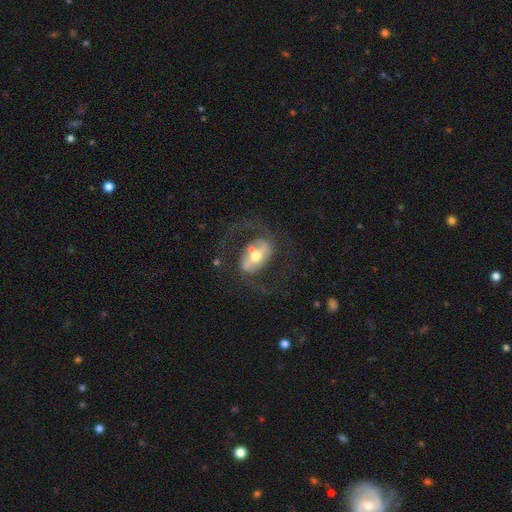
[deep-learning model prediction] This appears to be a featured or disk galaxy (80%) with a strong bar (49%), 2 (88%) medium (48%) spiral arms (80%) and a moderate central bulge (67%). Merging: none (64%).